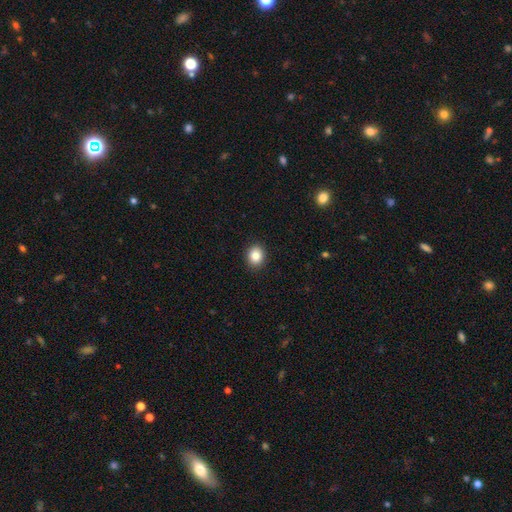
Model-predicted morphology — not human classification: A smooth galaxy with no disk features (85%) that is round (67%). Merging: none (91%).